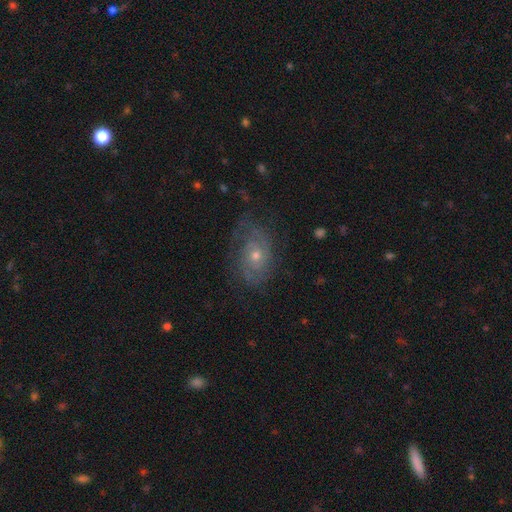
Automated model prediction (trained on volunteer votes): smooth_or_featured: featured or disk (p=0.72) [alt: smooth p=0.19]
disk_edge_on: no (p=0.96) [alt: yes p=0.04]
bar: no (p=0.81) [alt: weak p=0.17]
has_spiral_arms: yes (p=0.86) [alt: no p=0.14]
spiral_winding: tight (p=0.51) [alt: medium p=0.35]
spiral_arm_count: 2 (p=0.44) [alt: can't tell p=0.34]
bulge_size: moderate (p=0.54) [alt: small p=0.42]
merging: none (p=0.66) [alt: minor disturbance p=0.21]